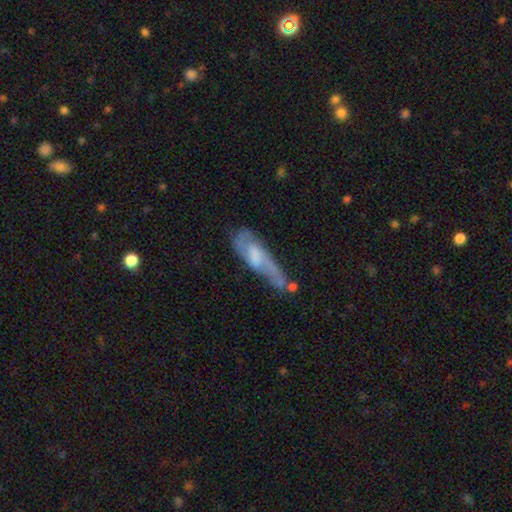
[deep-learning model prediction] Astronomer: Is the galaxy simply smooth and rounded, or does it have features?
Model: featured or disk — 60%.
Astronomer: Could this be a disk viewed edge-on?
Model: no — 72%.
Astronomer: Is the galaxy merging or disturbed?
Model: none — 39% (runner-up: minor disturbance, 29%).